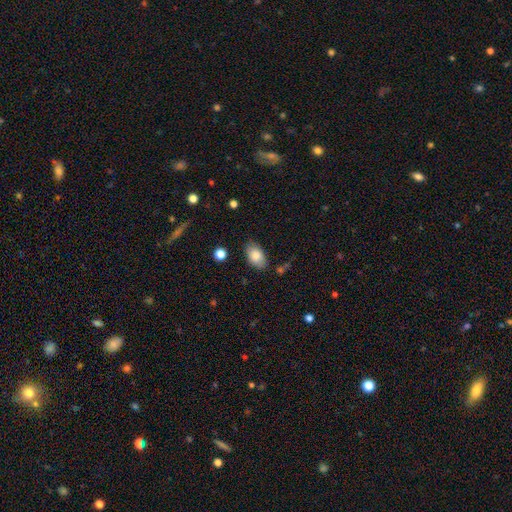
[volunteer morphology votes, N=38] Smooth or featured? smooth (92%)
How rounded? in between (89%)
Merging? none (86%)